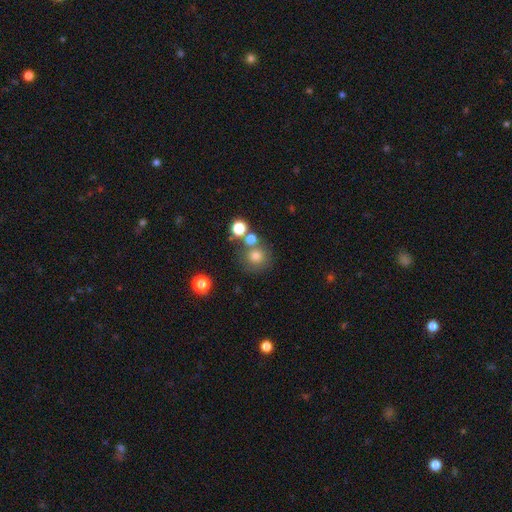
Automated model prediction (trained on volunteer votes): Overall: smooth (75%). How rounded: round (91%). Merging: none (66%).